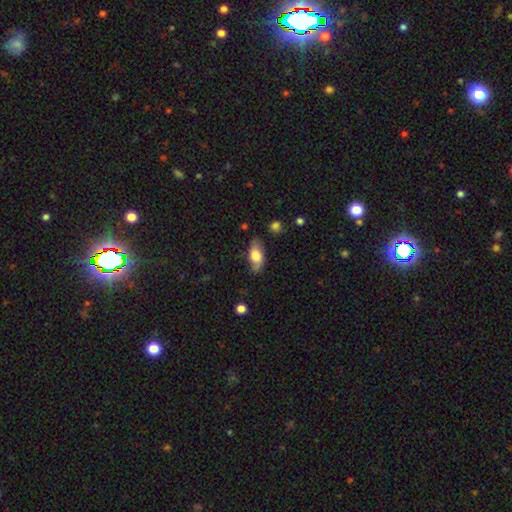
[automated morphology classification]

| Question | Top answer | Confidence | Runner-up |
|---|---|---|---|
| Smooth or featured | smooth | 66% | featured or disk (27%) |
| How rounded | in between | 85% | cigar-shaped (11%) |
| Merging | none | 73% | minor disturbance (21%) |